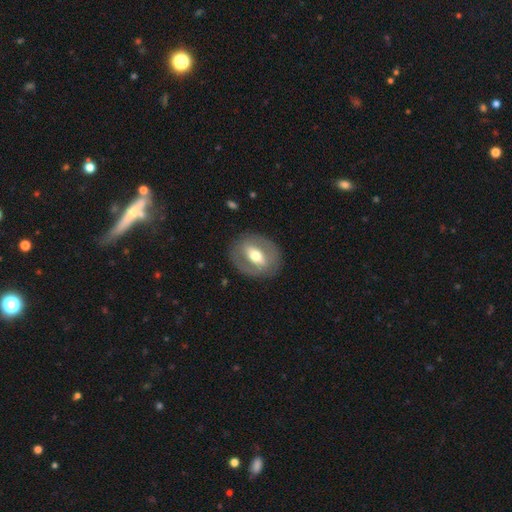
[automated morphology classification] The model was most divided on "bar": strong: 51%, weak: 30%, no: 19%. More confident: edge-on disk — no (88%); merging — none (83%); spiral arms — no (73%); bulge size — moderate (69%); smooth or featured — featured or disk (60%).